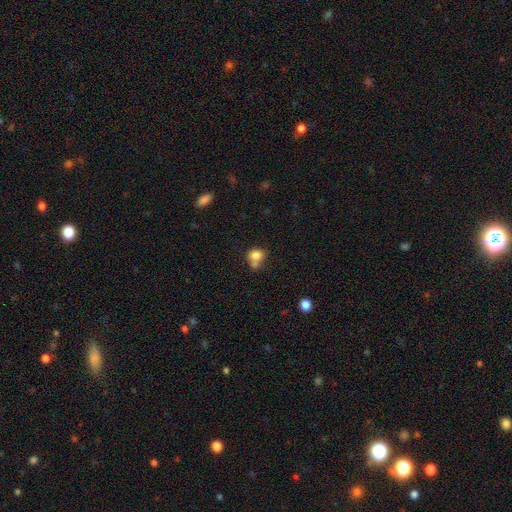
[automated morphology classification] Q: Smooth or featured?
A: smooth (80%); runner-up: star or artifact (11%)
Q: How rounded?
A: round (66%); runner-up: in between (33%)
Q: Merging?
A: none (41%); runner-up: merger (33%)